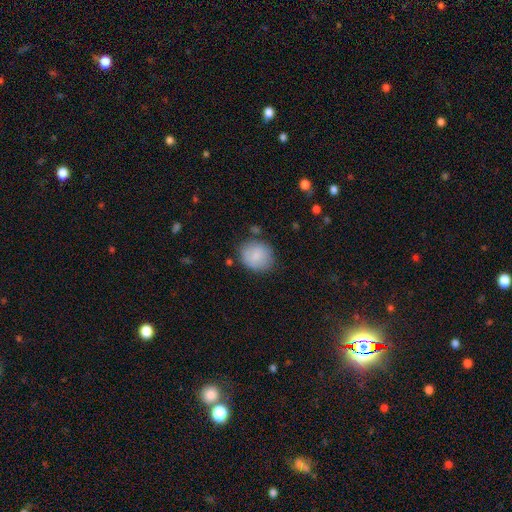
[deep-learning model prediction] A smooth galaxy with no disk features (81%) that is round (78%). Merging: none (74%).